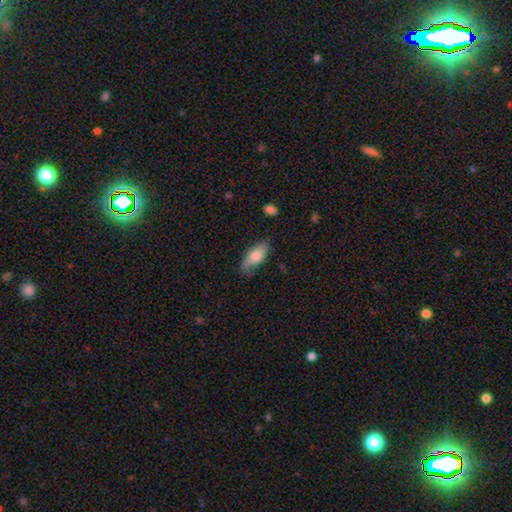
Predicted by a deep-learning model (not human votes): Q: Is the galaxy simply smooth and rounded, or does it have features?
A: smooth — 70%.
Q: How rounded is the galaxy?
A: in between — 80%.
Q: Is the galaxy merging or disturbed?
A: none — 67%.